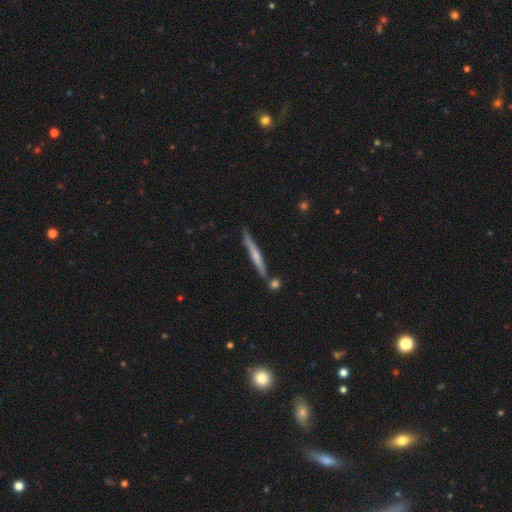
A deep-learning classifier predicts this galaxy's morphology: A smooth galaxy with no disk features (48%). Merging: none (78%).